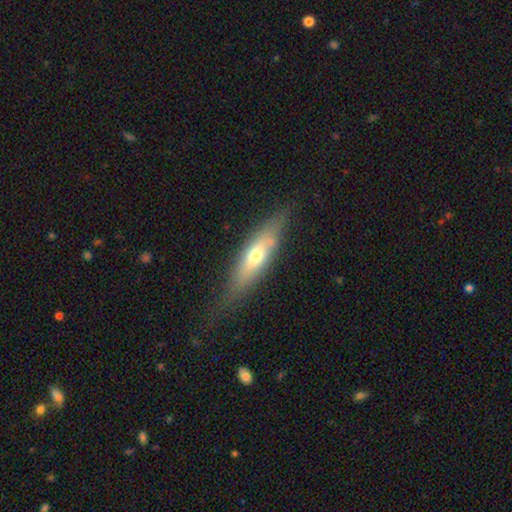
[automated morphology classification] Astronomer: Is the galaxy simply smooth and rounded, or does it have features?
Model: smooth — 50% (runner-up: featured or disk, 44%).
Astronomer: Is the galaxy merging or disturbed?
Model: none — 69%.